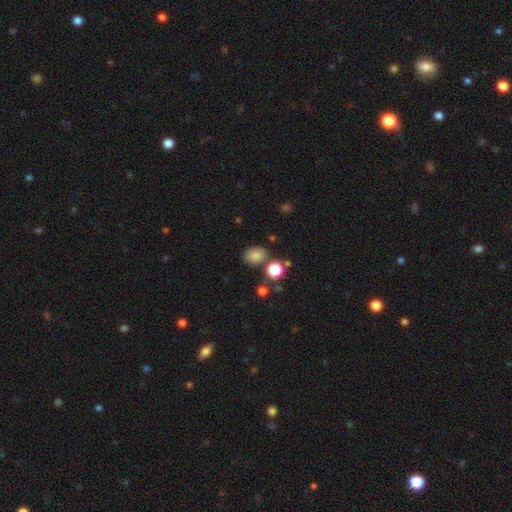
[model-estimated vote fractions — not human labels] Overall: smooth (82%). How rounded: in between (62%; round 37%). Merging: none (74%).